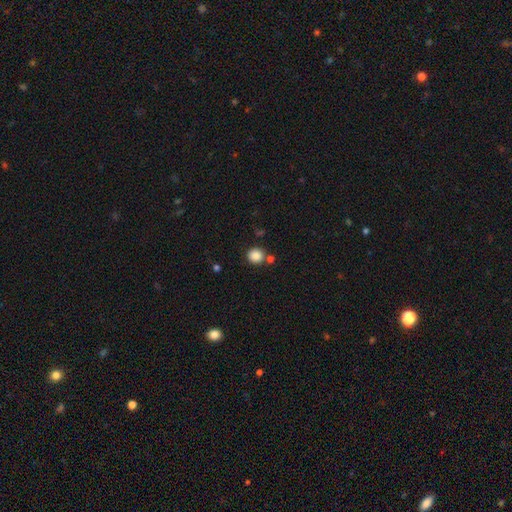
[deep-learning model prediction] Morphology: type=smooth (86%); roundness=round (90%); merging=none (77%).